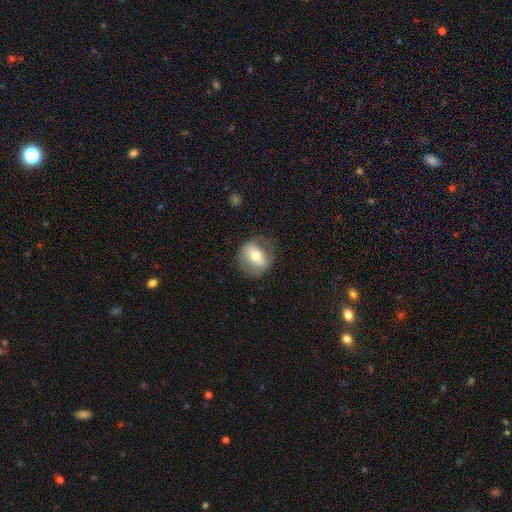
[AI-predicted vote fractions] smooth_or_featured: smooth (p=0.53) [alt: featured or disk p=0.39]
how_rounded: round (p=0.59) [alt: in between p=0.39]
merging: none (p=0.71) [alt: minor disturbance p=0.18]